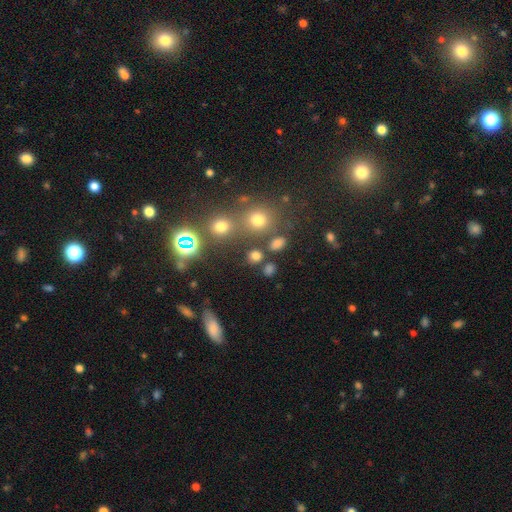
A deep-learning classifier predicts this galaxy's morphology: smooth 73%, star or artifact 20%, featured or disk 8%. Down the decision tree: how rounded — round (67%); merging — none (69%).